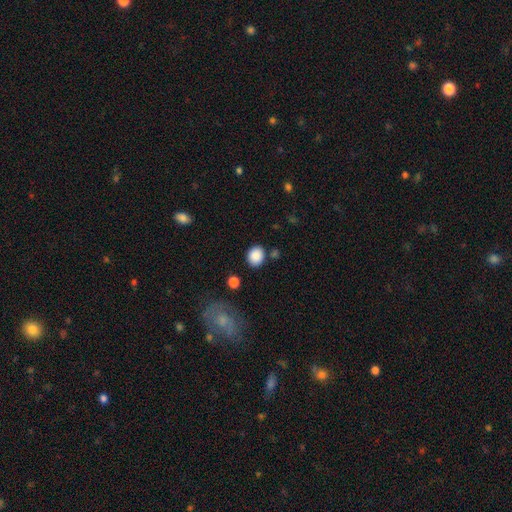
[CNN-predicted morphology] smooth_or_featured: smooth (p=0.88) [alt: star or artifact p=0.09]
how_rounded: round (p=0.69) [alt: in between p=0.30]
merging: none (p=0.80) [alt: minor disturbance p=0.11]